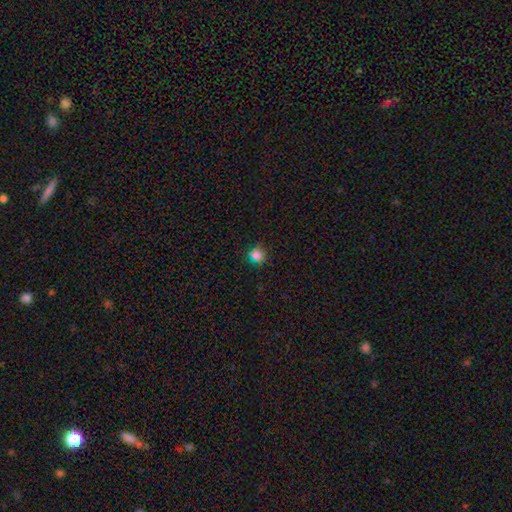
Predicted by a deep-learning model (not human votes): Smooth or featured: smooth — 78% (star or artifact — 18%)
How rounded: round — 87% (in between — 12%)
Merging: none — 84% (minor disturbance — 11%)